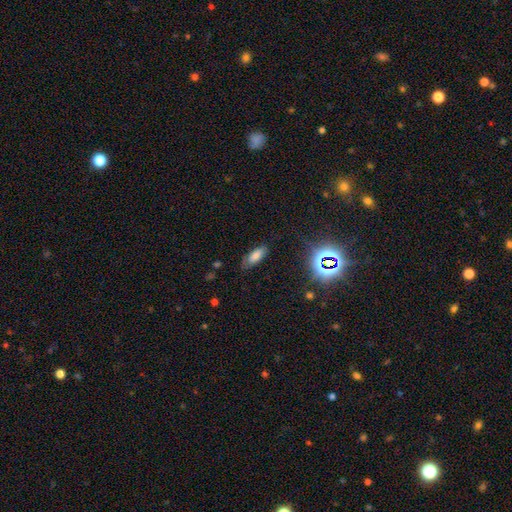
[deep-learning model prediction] A smooth galaxy with no disk features (74%) that is in between round and cigar-shaped (77%). Merging: none (75%).